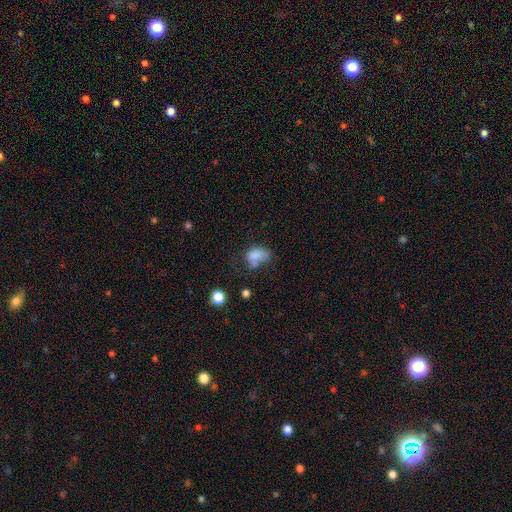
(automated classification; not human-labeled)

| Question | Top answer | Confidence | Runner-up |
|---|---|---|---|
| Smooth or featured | smooth | 73% | featured or disk (14%) |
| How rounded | in between | 79% | round (19%) |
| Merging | major disturbance | 30% | minor disturbance (29%) |